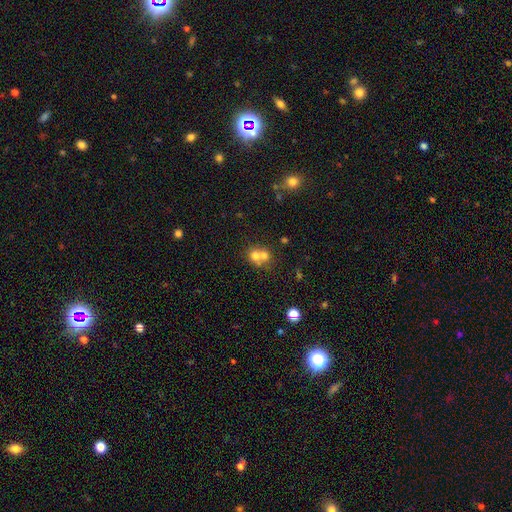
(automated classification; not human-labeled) Q: Smooth or featured?
A: smooth (67%); runner-up: featured or disk (19%)
Q: How rounded?
A: round (78%); runner-up: in between (21%)
Q: Merging?
A: merger (61%); runner-up: none (31%)